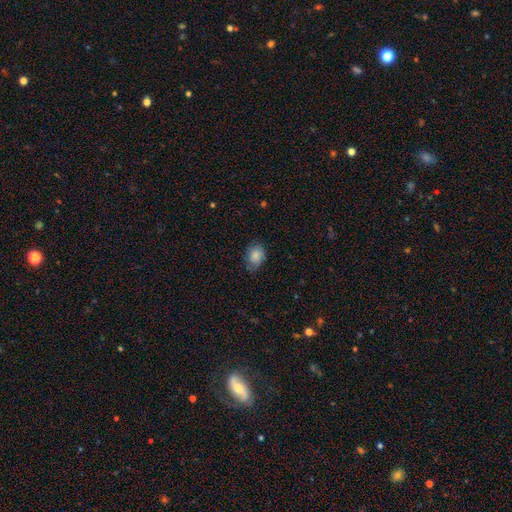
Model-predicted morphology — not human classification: Q: Smooth or featured?
A: smooth (83%); runner-up: featured or disk (9%)
Q: How rounded?
A: in between (68%); runner-up: round (31%)
Q: Merging?
A: none (70%); runner-up: minor disturbance (24%)